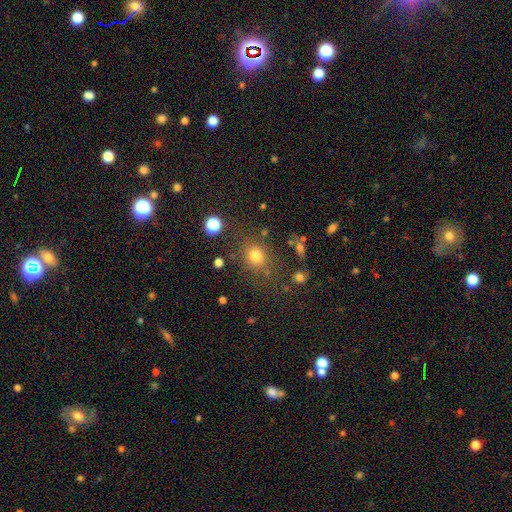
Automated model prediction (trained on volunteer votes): Smooth or featured? smooth (76%)
How rounded? round (69%)
Merging? none (73%)